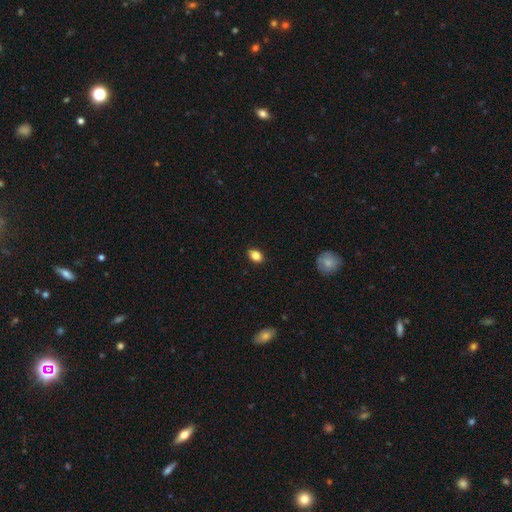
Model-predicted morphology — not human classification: This appears to be a smooth galaxy with no disk features (85%) that is in between round and cigar-shaped (73%). Merging: none (89%).